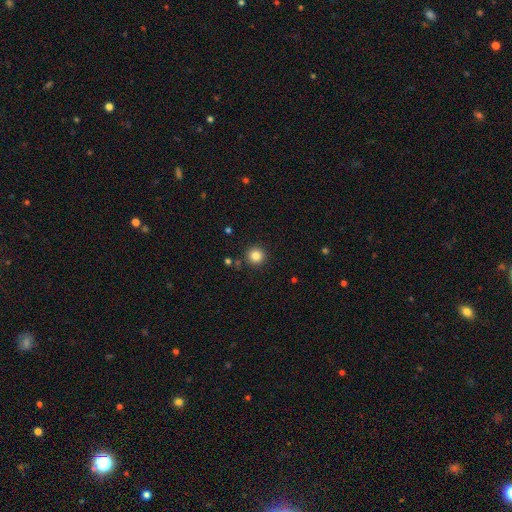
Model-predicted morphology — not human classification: type=smooth (83%); roundness=round (96%); merging=none (89%).